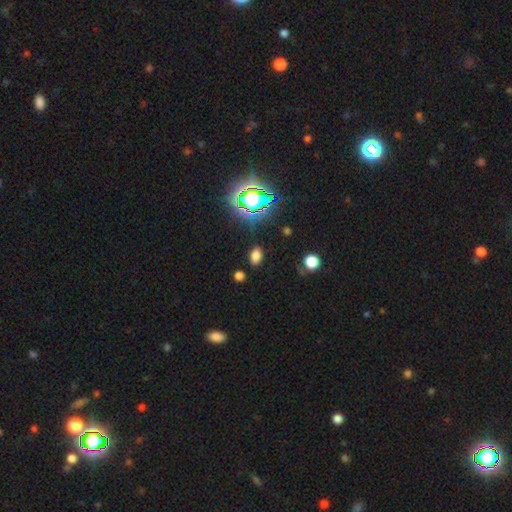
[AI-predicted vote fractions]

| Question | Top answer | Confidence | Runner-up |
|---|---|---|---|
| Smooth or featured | smooth | 71% | star or artifact (23%) |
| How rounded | in between | 87% | round (11%) |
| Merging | none | 85% | minor disturbance (10%) |